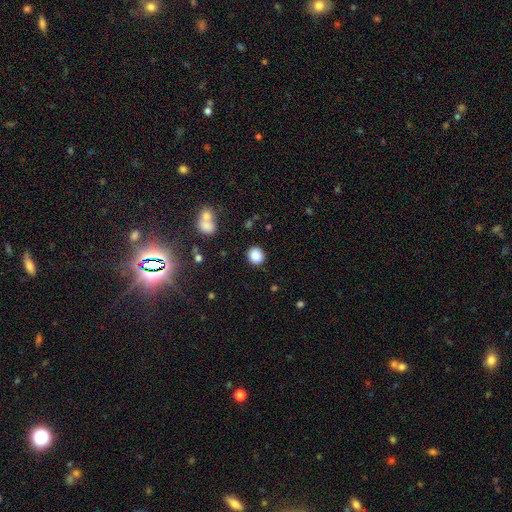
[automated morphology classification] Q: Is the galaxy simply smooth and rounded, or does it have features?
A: smooth — 87%.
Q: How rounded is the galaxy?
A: round — 78%.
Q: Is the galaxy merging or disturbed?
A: none — 86%.